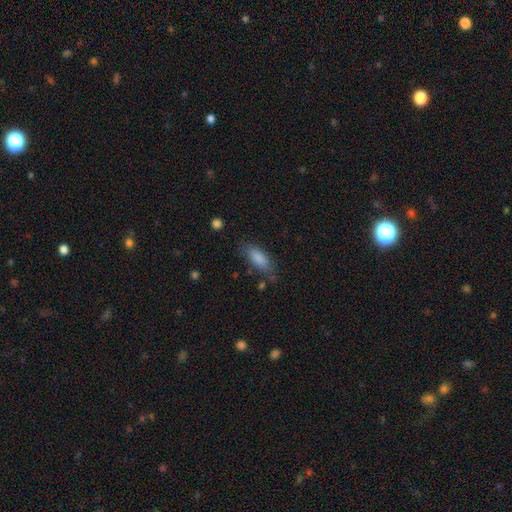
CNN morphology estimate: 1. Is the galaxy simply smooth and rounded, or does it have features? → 81% smooth, 10% featured or disk, 9% star or artifact.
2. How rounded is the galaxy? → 73% in between, 25% cigar-shaped, 2% round.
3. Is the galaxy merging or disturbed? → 76% none, 17% minor disturbance, 5% major disturbance, 3% merger.